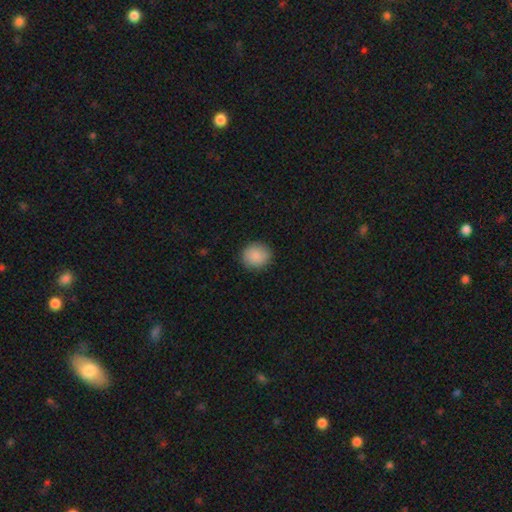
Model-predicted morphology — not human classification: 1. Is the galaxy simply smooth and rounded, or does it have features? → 89% smooth, 7% star or artifact, 4% featured or disk.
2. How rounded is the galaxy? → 85% round, 14% in between, 1% cigar-shaped.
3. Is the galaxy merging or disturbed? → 90% none, 7% minor disturbance, 2% major disturbance, 1% merger.